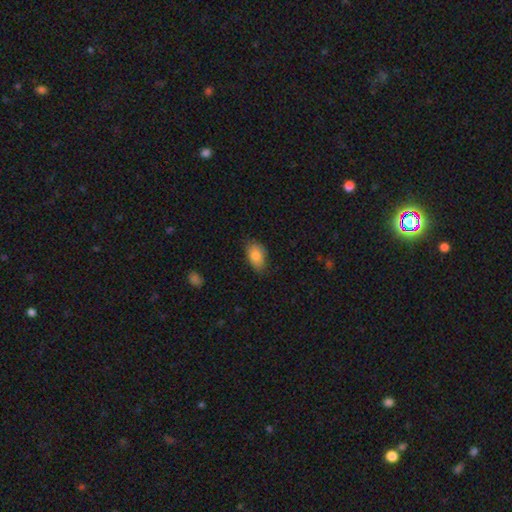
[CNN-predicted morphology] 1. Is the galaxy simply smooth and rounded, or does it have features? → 83% smooth, 10% featured or disk, 8% star or artifact.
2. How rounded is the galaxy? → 88% in between, 10% round, 2% cigar-shaped.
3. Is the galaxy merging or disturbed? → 73% none, 22% minor disturbance, 4% major disturbance, 1% merger.